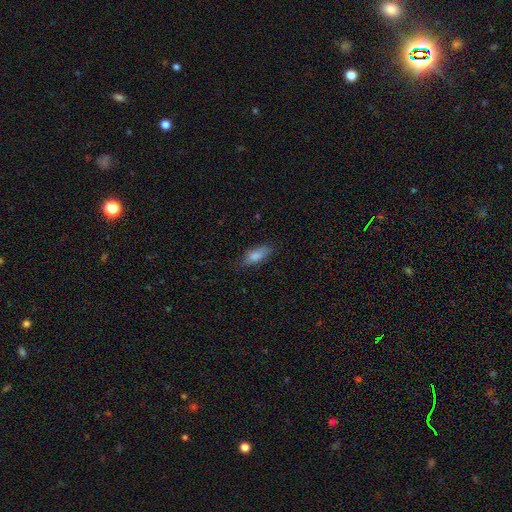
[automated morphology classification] The model was most divided on "merging": none: 74%, minor disturbance: 20%, major disturbance: 5%, merger: 1%. More confident: smooth or featured — smooth (83%); how rounded — in between (79%).